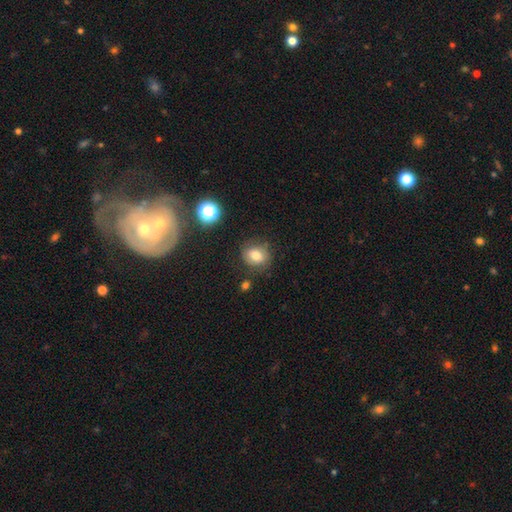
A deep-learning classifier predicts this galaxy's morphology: smooth 75%, star or artifact 13%, featured or disk 13%. Down the decision tree: how rounded — round (60%); merging — none (77%).